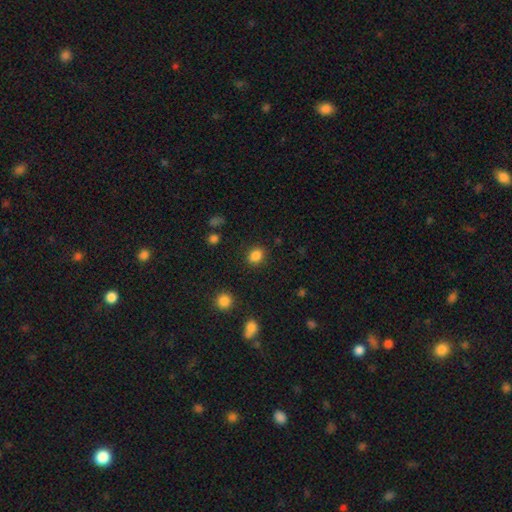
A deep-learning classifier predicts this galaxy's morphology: smooth_or_featured: smooth (p=0.85) [alt: star or artifact p=0.11]
how_rounded: round (p=0.61) [alt: in between p=0.38]
merging: none (p=0.87) [alt: minor disturbance p=0.08]